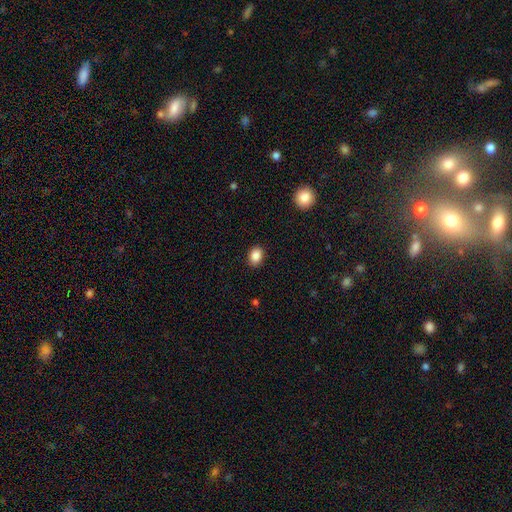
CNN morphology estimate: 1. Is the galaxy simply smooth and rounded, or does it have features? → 88% smooth, 9% star or artifact, 4% featured or disk.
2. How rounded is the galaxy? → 67% in between, 32% round, 1% cigar-shaped.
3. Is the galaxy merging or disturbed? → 90% none, 8% minor disturbance, 2% major disturbance, 1% merger.